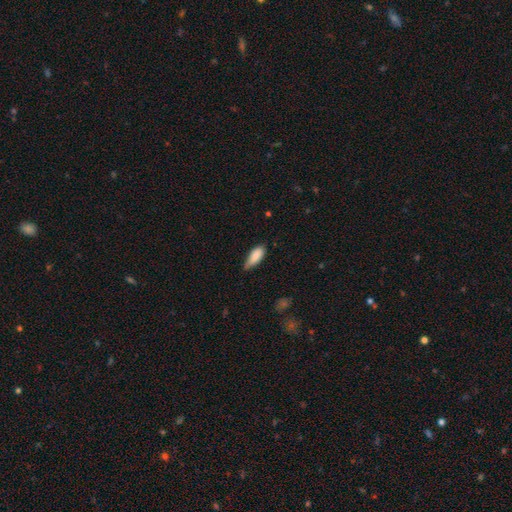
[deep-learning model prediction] Overall: smooth (85%). How rounded: in between (78%). Merging: none (48%; minor disturbance 43%).